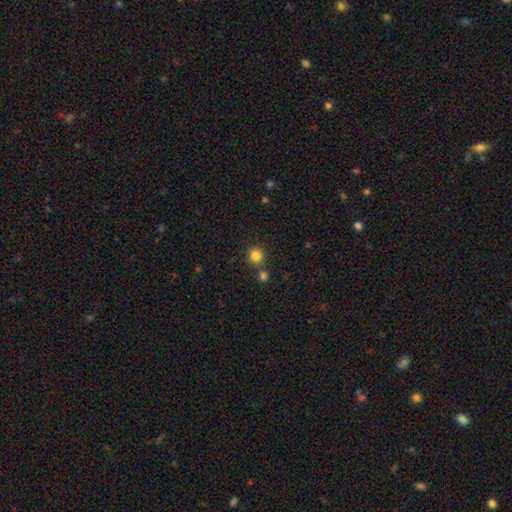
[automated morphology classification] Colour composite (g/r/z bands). It shows a smooth galaxy with no disk features (83%) that is round (94%). Merging: none (77%).